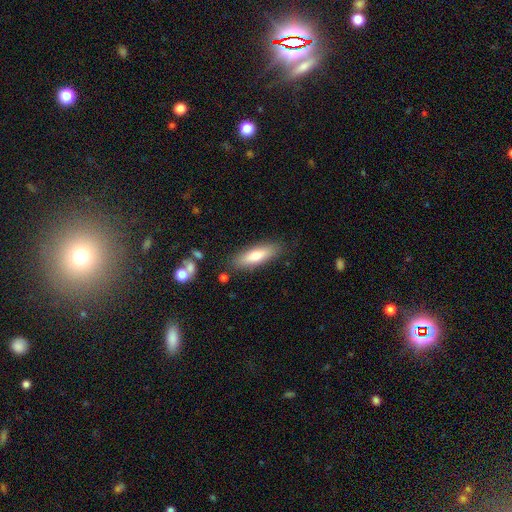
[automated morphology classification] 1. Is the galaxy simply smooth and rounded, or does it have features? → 71% smooth, 23% featured or disk, 6% star or artifact.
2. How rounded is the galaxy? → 53% cigar-shaped, 45% in between, 2% round.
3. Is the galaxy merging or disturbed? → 83% none, 12% minor disturbance, 3% major disturbance, 3% merger.